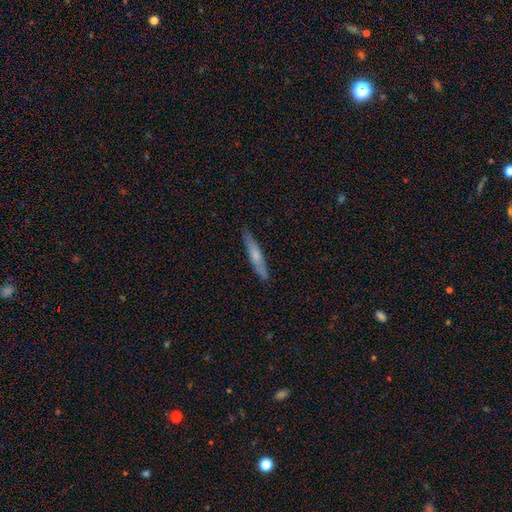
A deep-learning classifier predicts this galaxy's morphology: This is possibly a smooth galaxy (59%). How rounded: clearly cigar-shaped (92%). Merging: clearly none (88%).